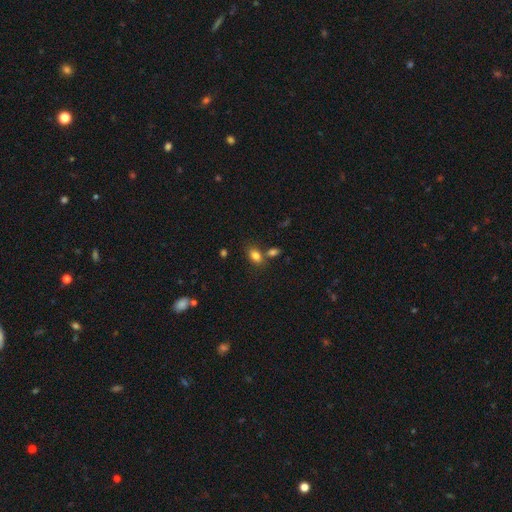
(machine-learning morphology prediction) smooth 82%, star or artifact 11%, featured or disk 8%. Down the decision tree: how rounded — in between (82%); merging — none (62%).